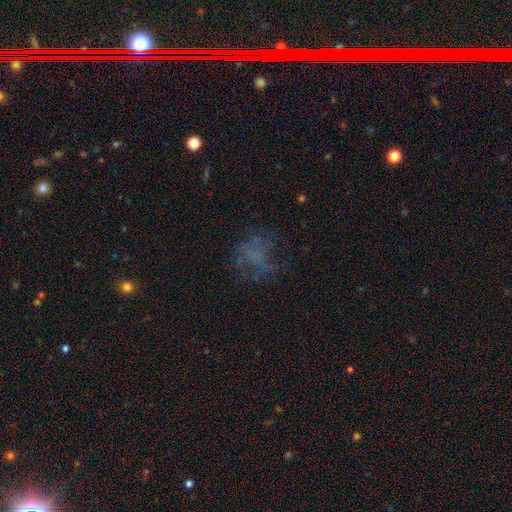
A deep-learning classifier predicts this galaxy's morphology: Smooth or featured? Predicted: featured or disk (p=0.37). Merging? Predicted: none (p=0.53).